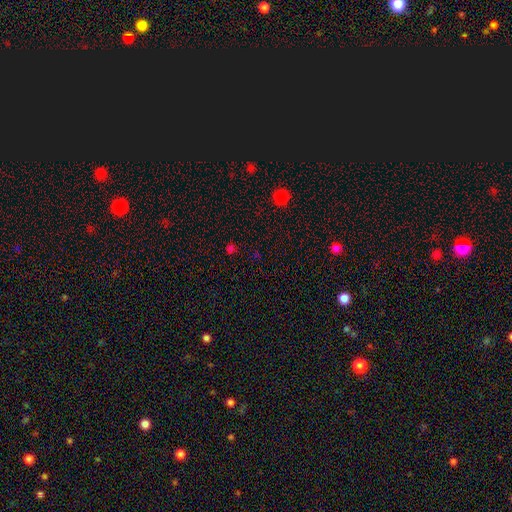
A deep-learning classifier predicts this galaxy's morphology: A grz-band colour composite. It shows a star or artifact, not a galaxy (55%).